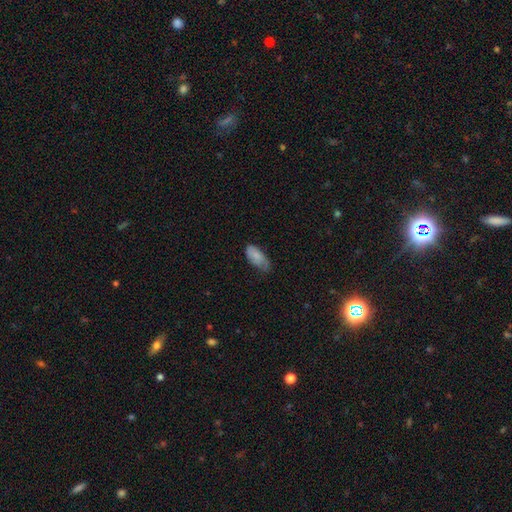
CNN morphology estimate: Smooth or featured? Predicted: smooth (p=0.78). How rounded? Predicted: in between (p=0.92). Merging? Predicted: none (p=0.48).